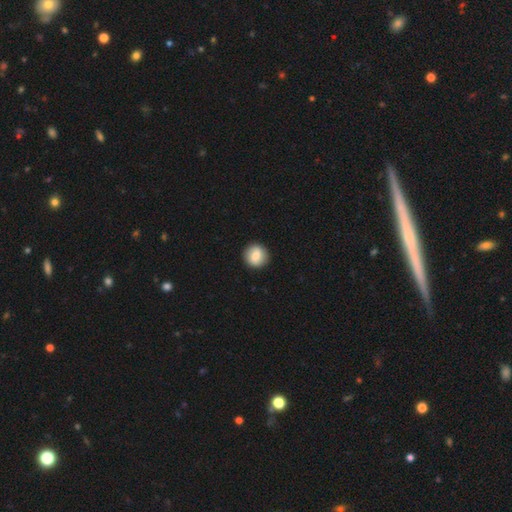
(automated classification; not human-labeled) smooth 71%, featured or disk 22%, star or artifact 7%. Down the decision tree: how rounded — round (89%); merging — none (90%).